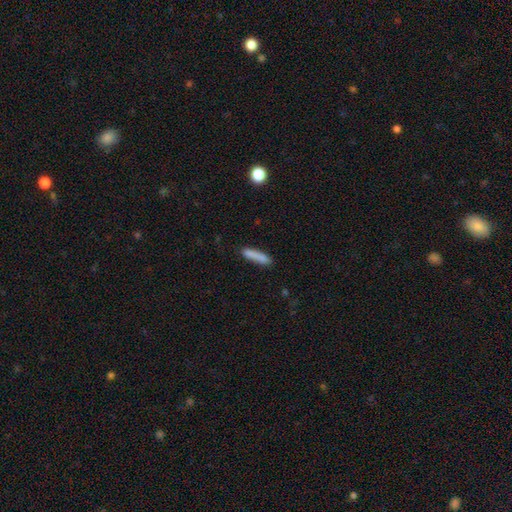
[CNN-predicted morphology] The model was most divided on "merging": none: 83%, minor disturbance: 12%, major disturbance: 3%, merger: 2%. More confident: how rounded — cigar-shaped (87%); smooth or featured — smooth (84%).